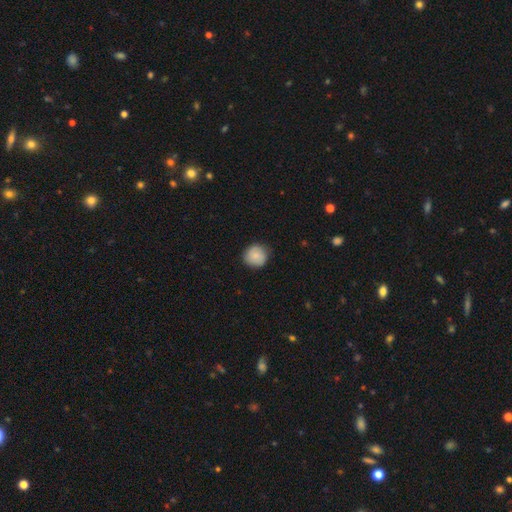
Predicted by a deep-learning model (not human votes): Q: Smooth or featured?
A: smooth (85%); runner-up: featured or disk (8%)
Q: How rounded?
A: round (91%); runner-up: in between (8%)
Q: Merging?
A: none (85%); runner-up: minor disturbance (12%)